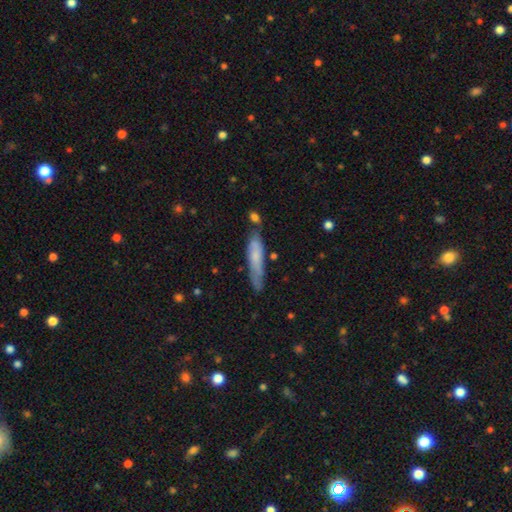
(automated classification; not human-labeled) Q: Smooth or featured?
A: smooth (65%); runner-up: featured or disk (29%)
Q: How rounded?
A: cigar-shaped (84%); runner-up: in between (15%)
Q: Merging?
A: none (57%); runner-up: minor disturbance (27%)